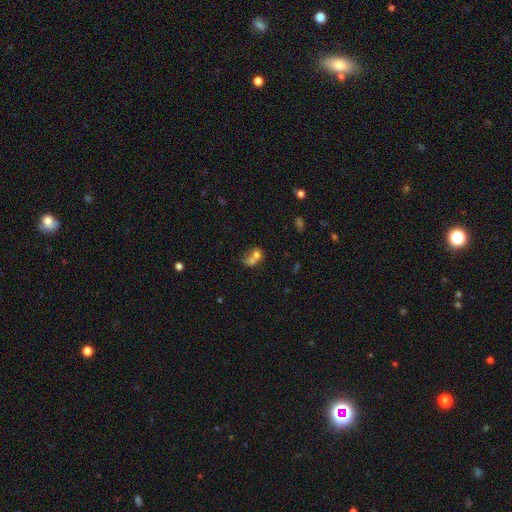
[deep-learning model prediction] This is likely a smooth galaxy (64%). How rounded: possibly round (57%). Merging: likely merger (67%).